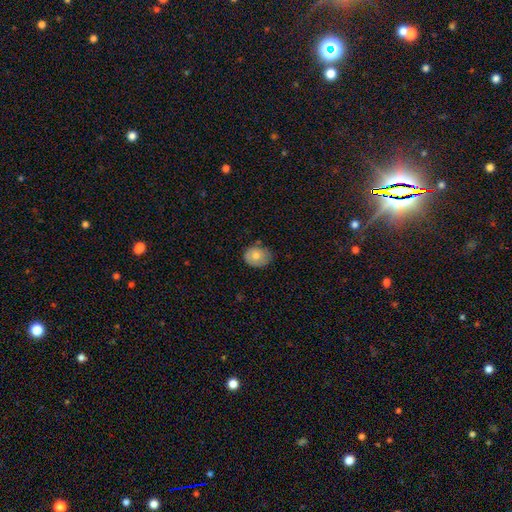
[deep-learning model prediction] Smooth or featured? Predicted: smooth (p=0.74). How rounded? Predicted: in between (p=0.51). Merging? Predicted: none (p=0.67).